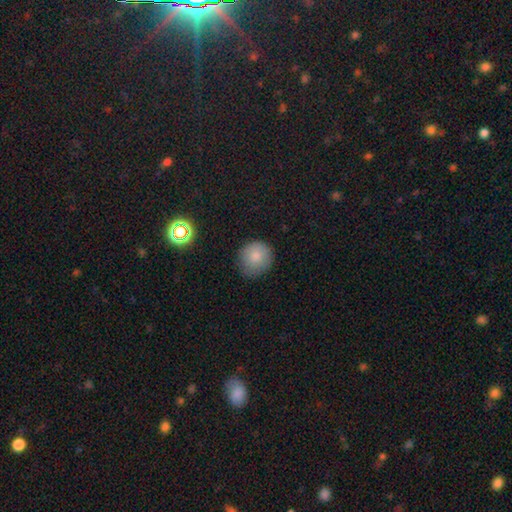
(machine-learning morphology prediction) This appears to be a smooth galaxy with no disk features (81%) that is round (89%). Merging: none (75%).